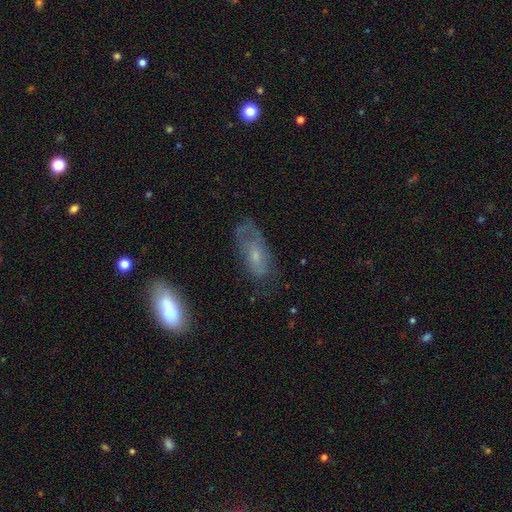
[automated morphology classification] Q: Smooth or featured?
A: featured or disk (49%); runner-up: smooth (41%)
Q: Merging?
A: none (47%); runner-up: minor disturbance (28%)